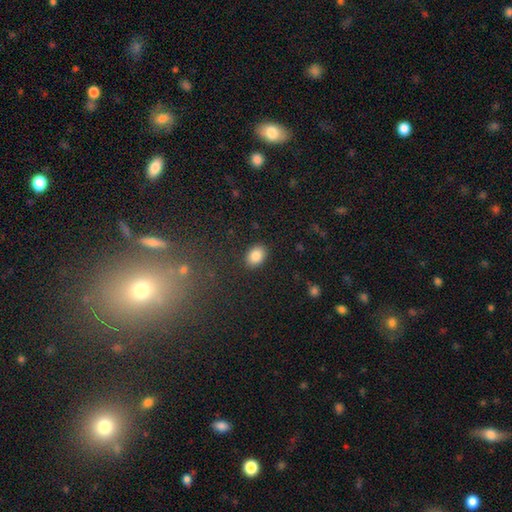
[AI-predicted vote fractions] This is clearly a smooth galaxy (86%). How rounded: likely in between (76%). Merging: clearly none (89%).